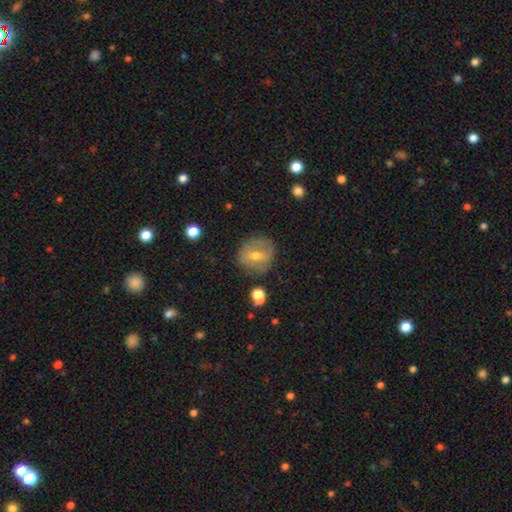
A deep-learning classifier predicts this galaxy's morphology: Smooth or featured?
  - smooth: 45% * (tied)
  - featured or disk: 45% * (tied)
  - star or artifact: 10%
Merging?
  - none: 75% *
  - minor disturbance: 16%
  - major disturbance: 6%
  - merger: 3%